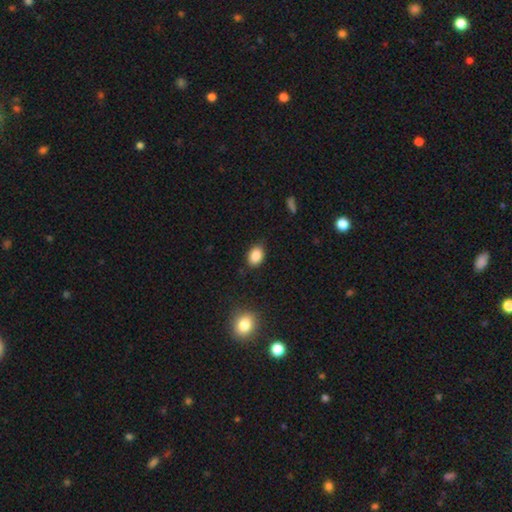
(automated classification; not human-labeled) Smooth or featured: smooth — 87% (star or artifact — 9%)
How rounded: in between — 76% (round — 23%)
Merging: none — 81% (minor disturbance — 14%)